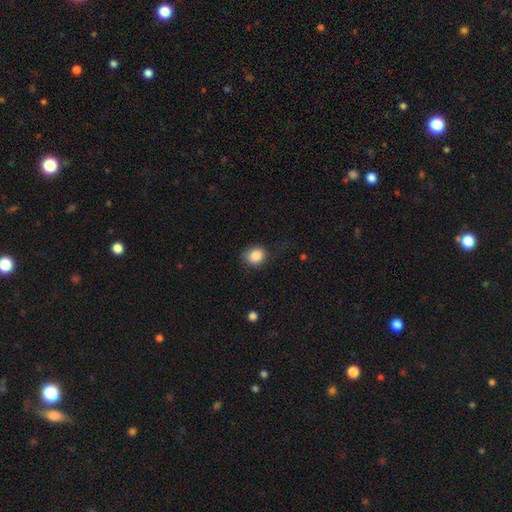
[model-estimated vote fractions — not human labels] Smooth or featured: smooth — 86% (star or artifact — 9%)
How rounded: round — 67% (in between — 32%)
Merging: none — 71% (minor disturbance — 21%)